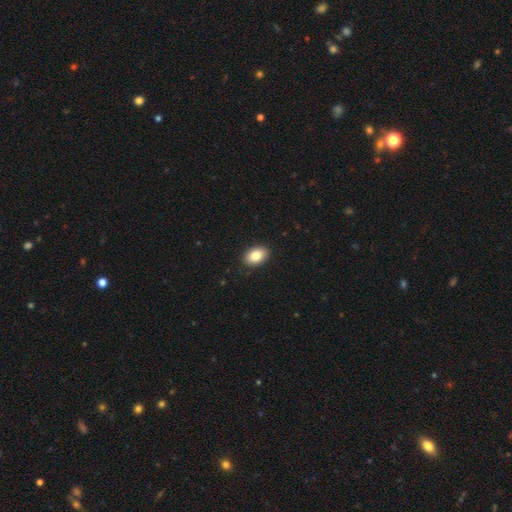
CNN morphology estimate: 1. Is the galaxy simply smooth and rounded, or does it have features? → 85% smooth, 8% star or artifact, 8% featured or disk.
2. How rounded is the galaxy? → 85% in between, 14% round, 1% cigar-shaped.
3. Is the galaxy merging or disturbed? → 90% none, 7% minor disturbance, 2% major disturbance, 1% merger.